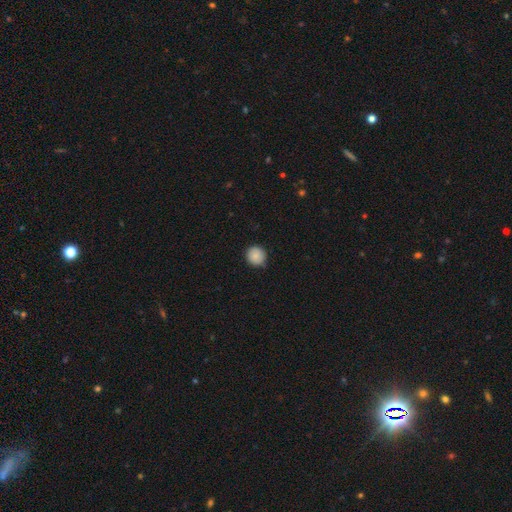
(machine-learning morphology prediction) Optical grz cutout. It shows a smooth galaxy with no disk features (87%) that is round (92%). Merging: none (83%).